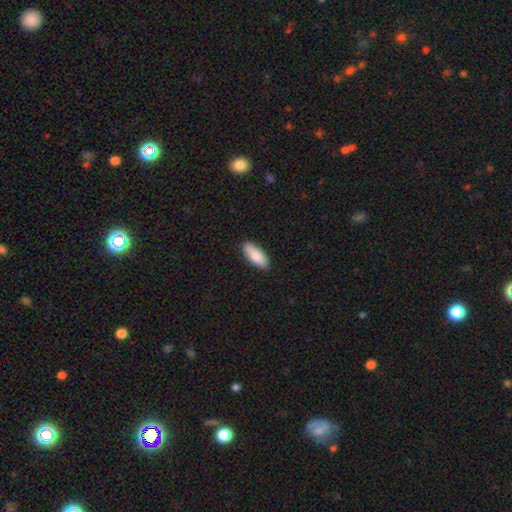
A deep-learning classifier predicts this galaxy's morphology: A smooth galaxy with no disk features (85%) that is in between round and cigar-shaped (77%). Merging: none (88%).